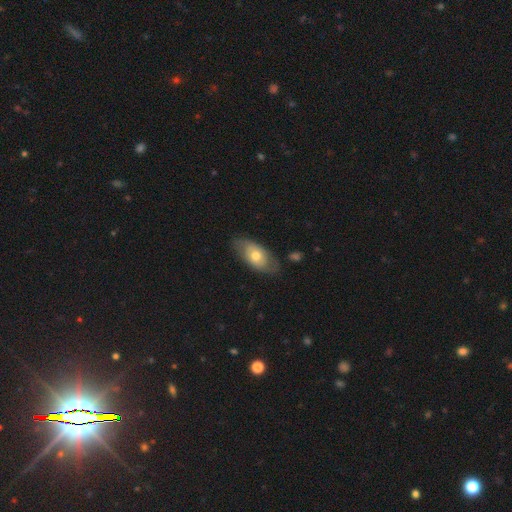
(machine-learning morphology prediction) type=smooth (59%); roundness=in between (91%); merging=none (72%).